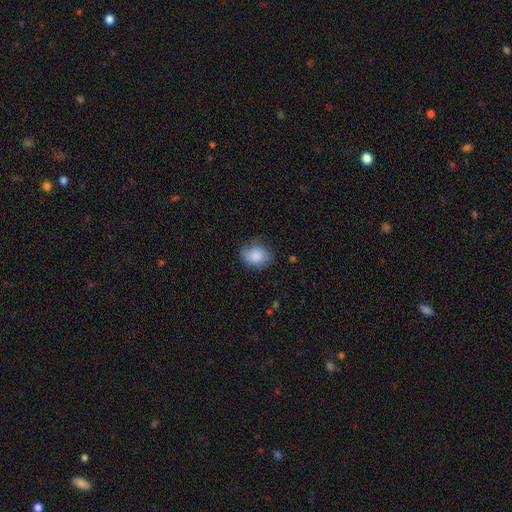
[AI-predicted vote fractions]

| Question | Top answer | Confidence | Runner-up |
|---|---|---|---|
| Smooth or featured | smooth | 75% | featured or disk (18%) |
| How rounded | in between | 62% | round (37%) |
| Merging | none | 66% | minor disturbance (26%) |